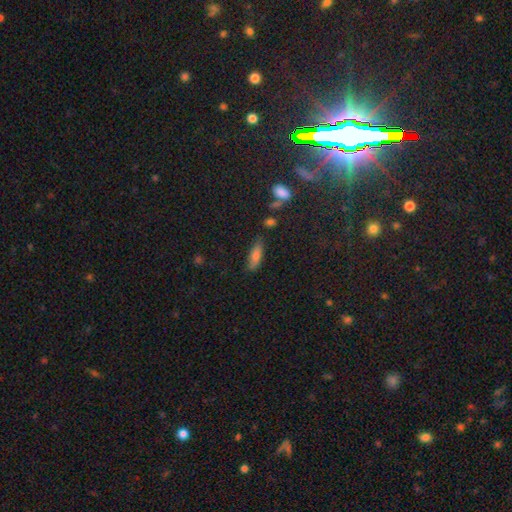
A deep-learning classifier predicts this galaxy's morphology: Overall: smooth (76%). How rounded: in between (56%; cigar-shaped 41%). Merging: none (77%).